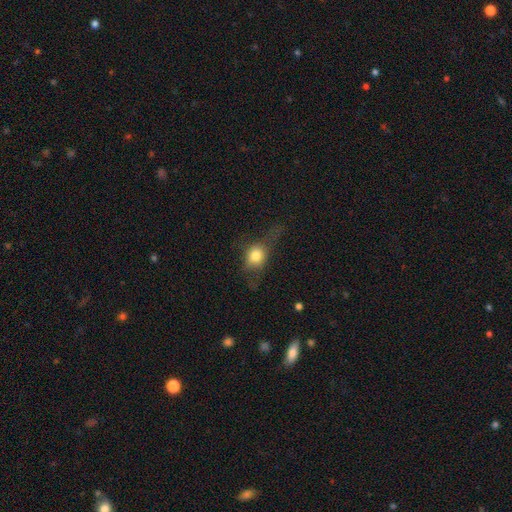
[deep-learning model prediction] Morphology: type=smooth (69%); roundness=round (59%); merging=none (46%).